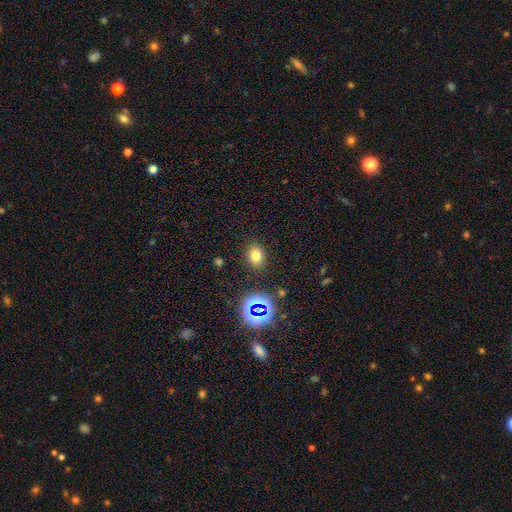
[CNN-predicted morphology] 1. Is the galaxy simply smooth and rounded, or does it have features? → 73% smooth, 19% star or artifact, 8% featured or disk.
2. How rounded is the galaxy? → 61% in between, 38% round, 1% cigar-shaped.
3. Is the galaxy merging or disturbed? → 84% none, 10% minor disturbance, 4% major disturbance, 2% merger.